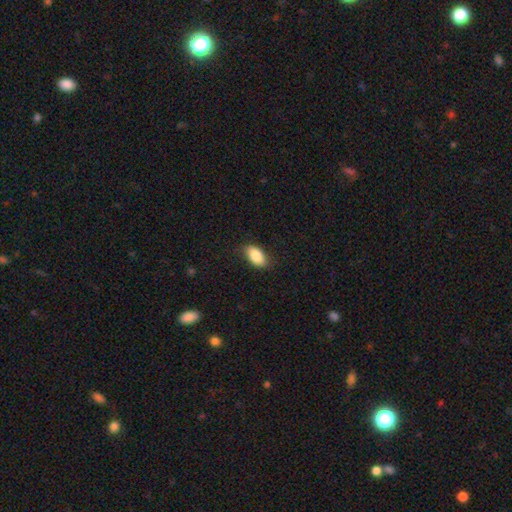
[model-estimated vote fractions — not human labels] smooth_or_featured: smooth (p=0.85) [alt: featured or disk p=0.09]
how_rounded: in between (p=0.92) [alt: round p=0.04]
merging: none (p=0.82) [alt: minor disturbance p=0.14]